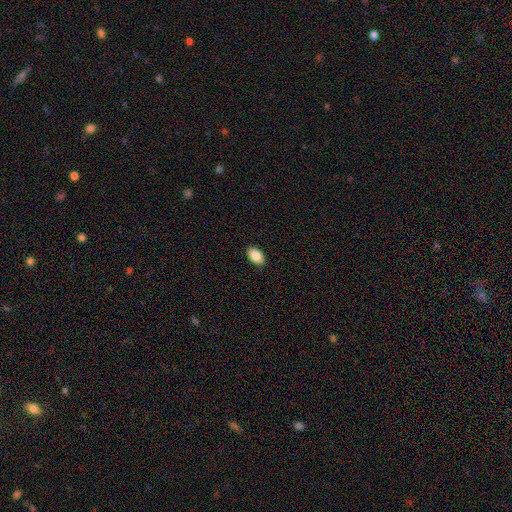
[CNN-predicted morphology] Smooth or featured: smooth — 89% (star or artifact — 7%)
How rounded: in between — 93% (round — 6%)
Merging: none — 89% (minor disturbance — 8%)